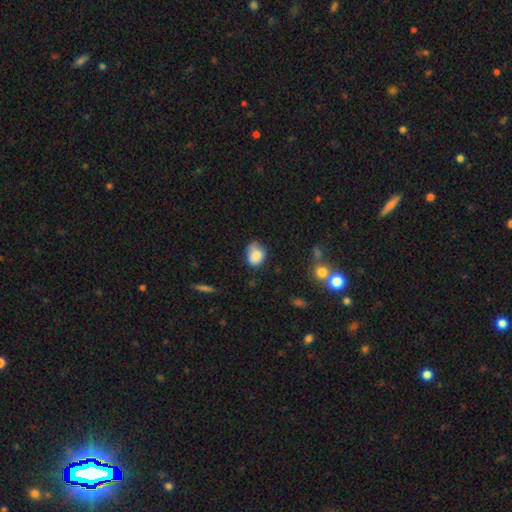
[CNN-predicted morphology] Smooth or featured? smooth (83%)
How rounded? in between (61%)
Merging? none (54%)